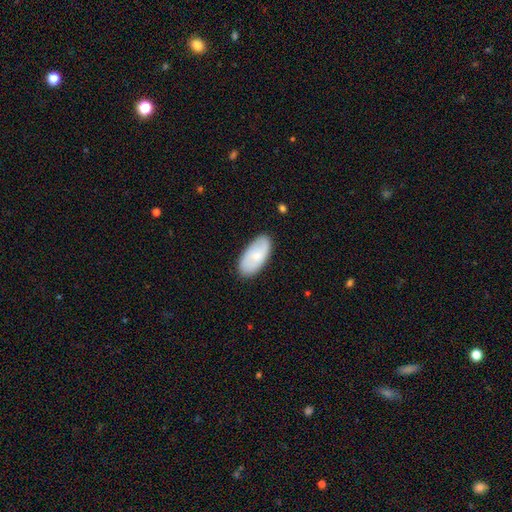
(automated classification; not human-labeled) Q: Smooth or featured?
A: smooth (67%); runner-up: featured or disk (27%)
Q: How rounded?
A: in between (93%); runner-up: cigar-shaped (5%)
Q: Merging?
A: none (85%); runner-up: minor disturbance (12%)